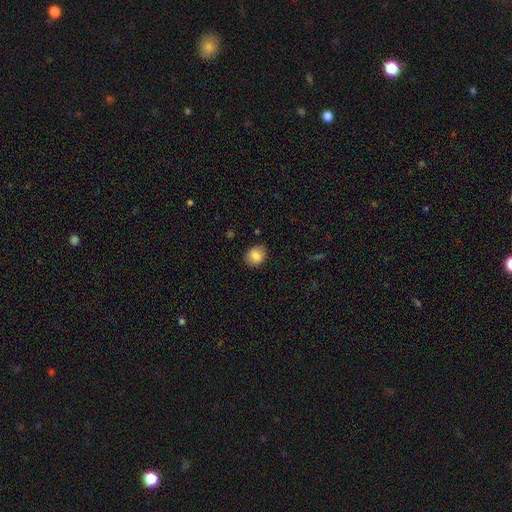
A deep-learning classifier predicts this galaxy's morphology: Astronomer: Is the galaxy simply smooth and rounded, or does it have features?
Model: smooth — 86%.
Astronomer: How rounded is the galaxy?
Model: round — 69%.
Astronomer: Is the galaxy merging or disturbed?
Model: none — 87%.